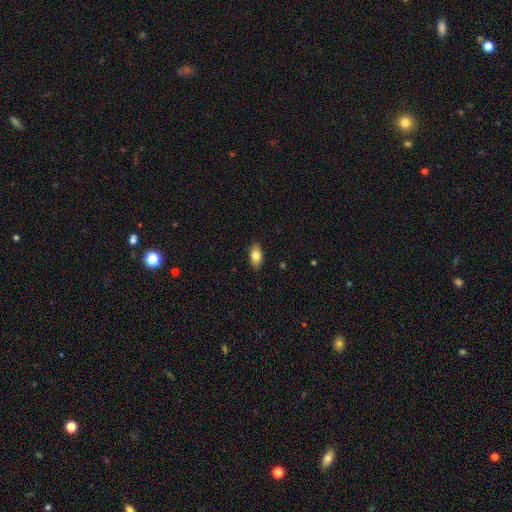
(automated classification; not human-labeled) A smooth galaxy with no disk features (79%) that is in between round and cigar-shaped (91%).

Vote fractions:
- Smooth or featured? smooth: 79% / featured or disk: 14% / star or artifact: 7%
- How rounded? in between: 91% / cigar-shaped: 5% / round: 4%
- Merging? none: 89% / minor disturbance: 8% / major disturbance: 2% / merger: 1%